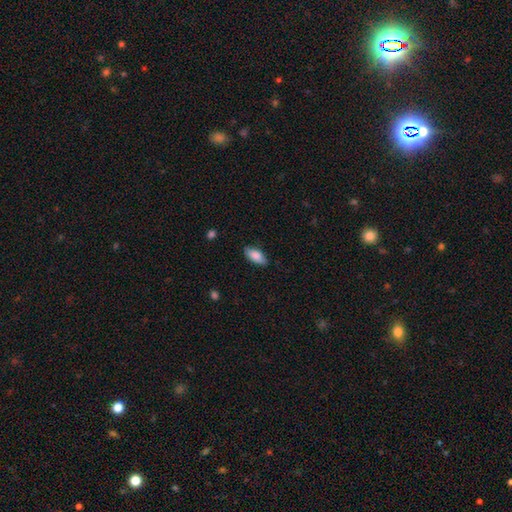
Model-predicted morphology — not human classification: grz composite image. It shows a smooth galaxy with no disk features (84%) that is in between round and cigar-shaped (86%). Merging: none (82%).